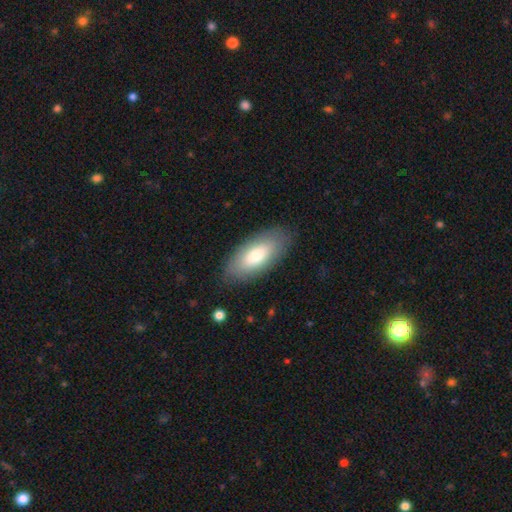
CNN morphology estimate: smooth 73%, featured or disk 21%, star or artifact 6%. Down the decision tree: how rounded — in between (88%); merging — none (84%).